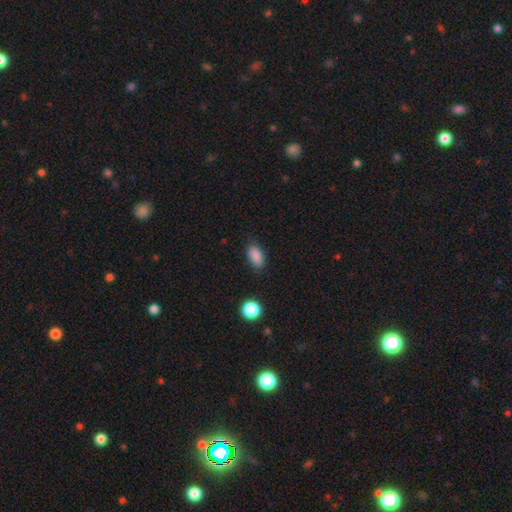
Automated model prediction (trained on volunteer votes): smooth_or_featured: smooth (p=0.88) [alt: star or artifact p=0.09]
how_rounded: in between (p=0.90) [alt: round p=0.06]
merging: none (p=0.83) [alt: minor disturbance p=0.12]